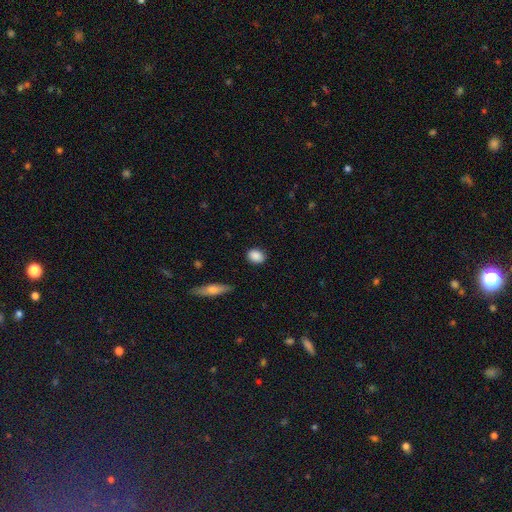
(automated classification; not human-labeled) Smooth or featured? Predicted: smooth (p=0.88). How rounded? Predicted: in between (p=0.59). Merging? Predicted: none (p=0.86).